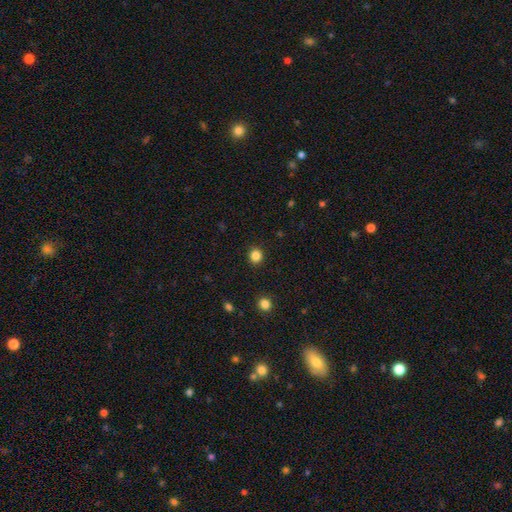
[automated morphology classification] Smooth or featured? smooth (85%)
How rounded? round (88%)
Merging? none (91%)